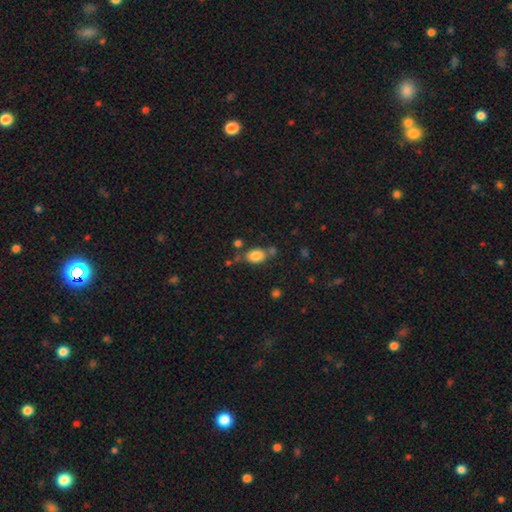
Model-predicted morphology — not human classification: This is clearly a smooth galaxy (83%). How rounded: likely in between (78%). Merging: likely none (63%).